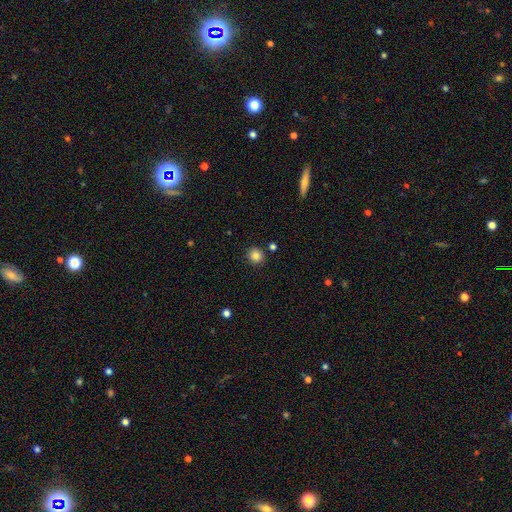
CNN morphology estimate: The model was most divided on "smooth or featured": smooth: 83%, star or artifact: 11%, featured or disk: 6%. More confident: how rounded — round (91%); merging — none (88%).